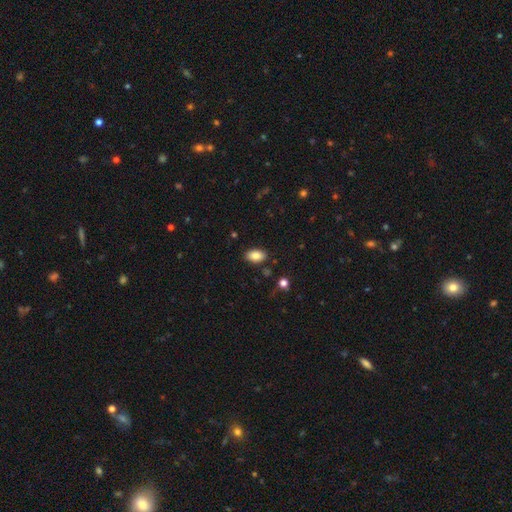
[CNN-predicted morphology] This is clearly a smooth galaxy (86%). How rounded: clearly in between (92%). Merging: clearly none (86%).